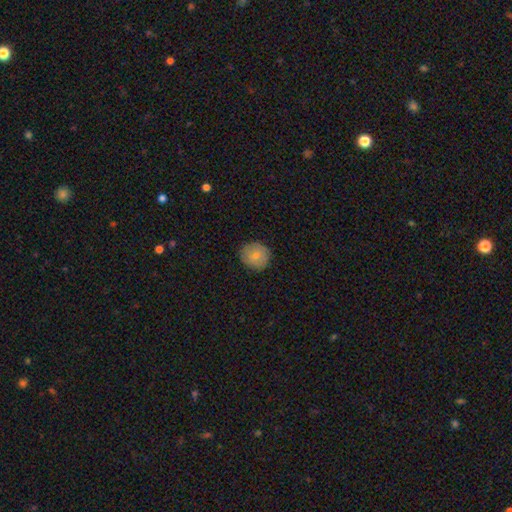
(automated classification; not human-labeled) This is clearly a smooth galaxy (81%). How rounded: clearly round (88%). Merging: clearly none (87%).